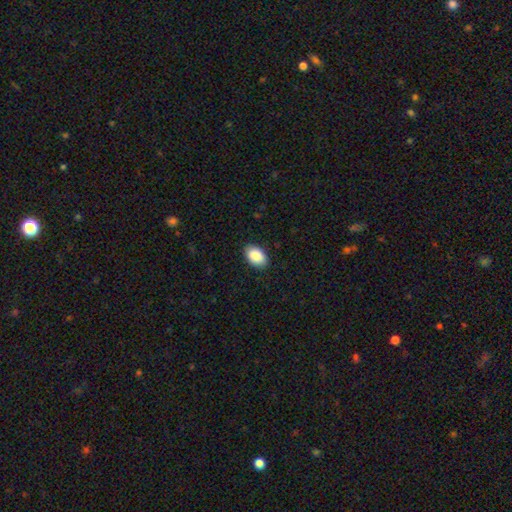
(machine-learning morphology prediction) This appears to be a smooth galaxy with no disk features (90%) that is in between round and cigar-shaped (90%). Merging: none (89%).